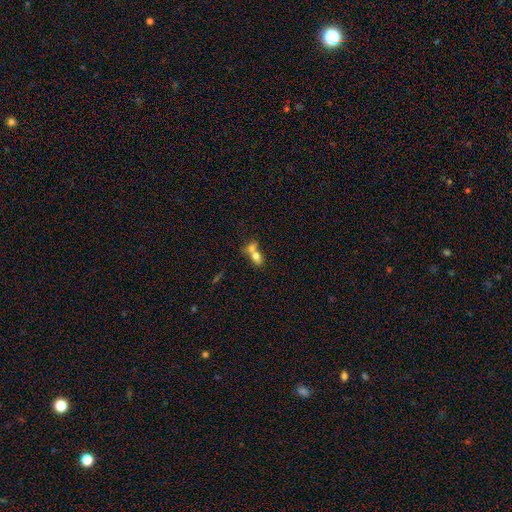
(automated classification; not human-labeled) The model was most divided on "merging": merger: 67%, none: 21%, minor disturbance: 7%, major disturbance: 5%. More confident: how rounded — in between (74%); smooth or featured — smooth (71%).